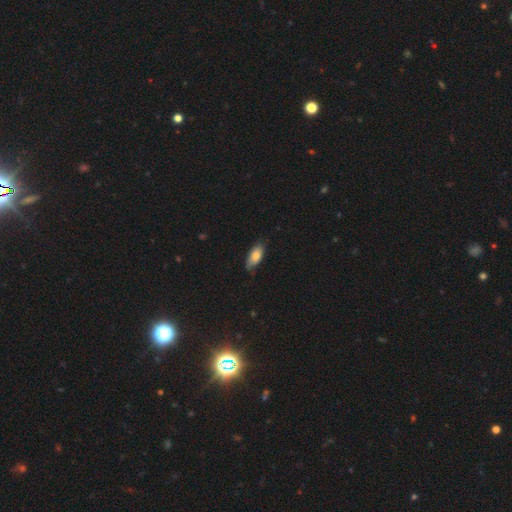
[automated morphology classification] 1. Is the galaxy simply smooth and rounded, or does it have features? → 77% smooth, 16% featured or disk, 6% star or artifact.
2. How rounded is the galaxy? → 85% in between, 13% cigar-shaped, 3% round.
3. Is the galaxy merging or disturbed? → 72% none, 23% minor disturbance, 3% major disturbance, 1% merger.